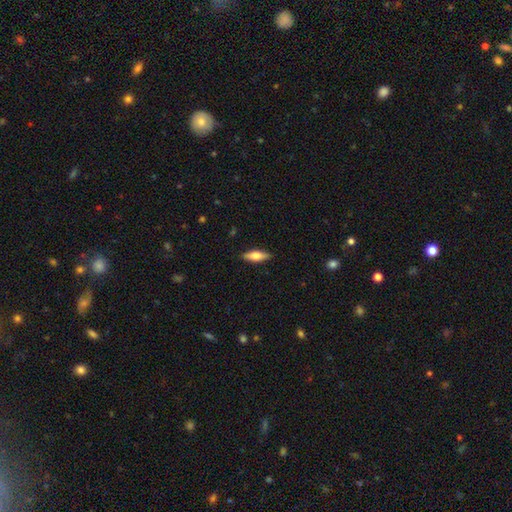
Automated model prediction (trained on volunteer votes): A smooth galaxy with no disk features (63%) that is in between round and cigar-shaped (55%). Merging: none (88%).